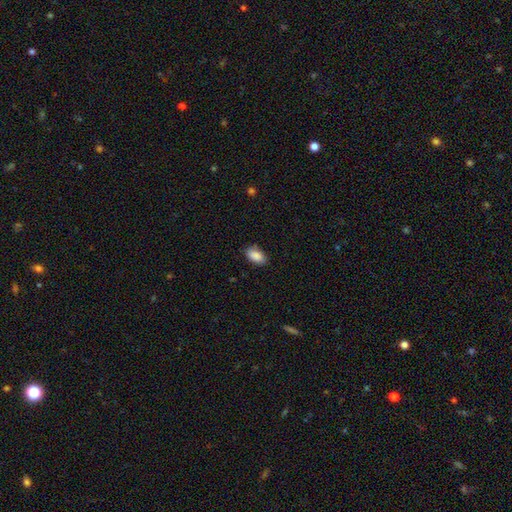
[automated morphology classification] This is clearly a smooth galaxy (88%). How rounded: clearly in between (93%). Merging: clearly none (84%).